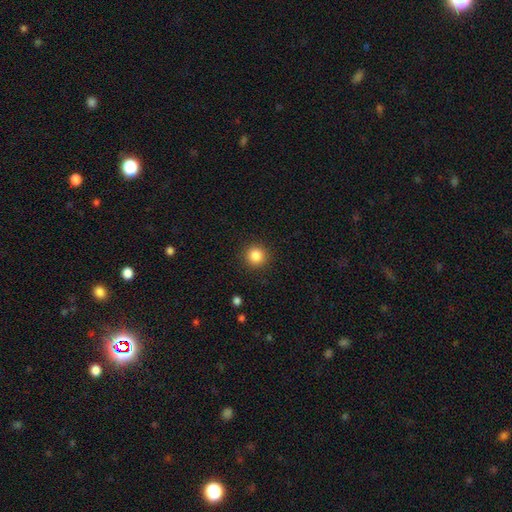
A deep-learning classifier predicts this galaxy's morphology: Smooth or featured? smooth (86%)
How rounded? round (95%)
Merging? none (92%)